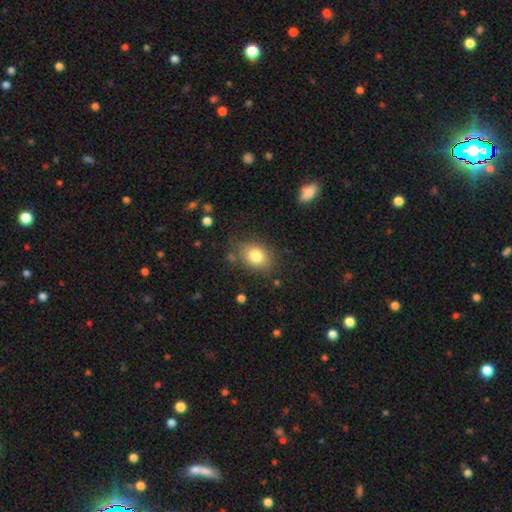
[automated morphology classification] smooth_or_featured: smooth (p=0.80) [alt: featured or disk p=0.10]
how_rounded: in between (p=0.61) [alt: round p=0.38]
merging: none (p=0.78) [alt: minor disturbance p=0.15]